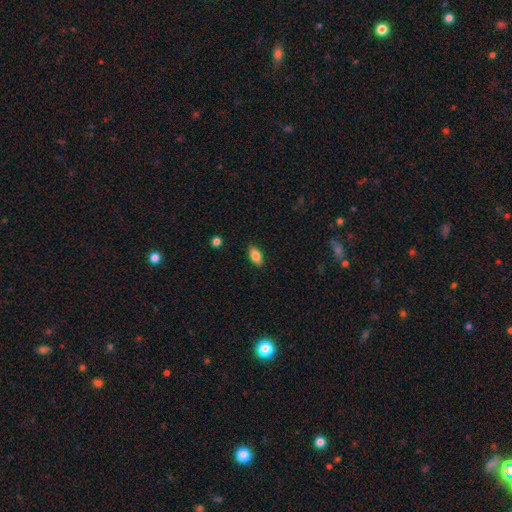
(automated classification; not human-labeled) This appears to be a smooth galaxy with no disk features (84%) that is in between round and cigar-shaped (91%). Merging: none (87%).